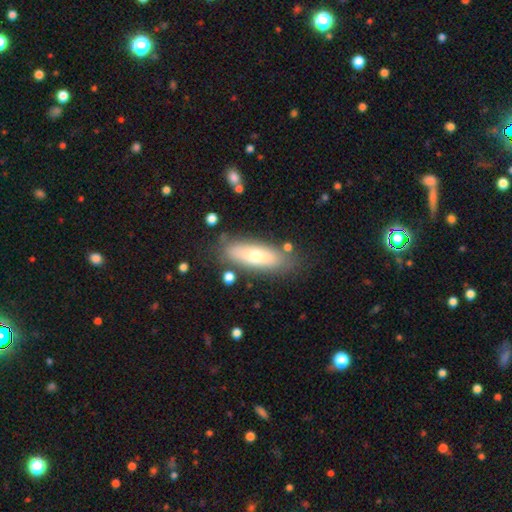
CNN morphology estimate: Overall: smooth (66%; featured or disk 27%). How rounded: in between (59%; cigar-shaped 39%). Merging: none (78%).